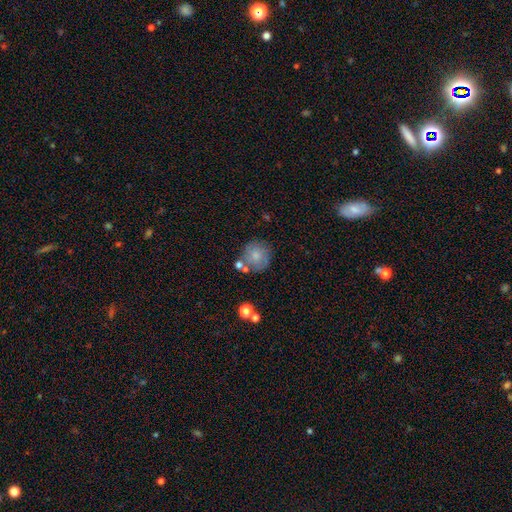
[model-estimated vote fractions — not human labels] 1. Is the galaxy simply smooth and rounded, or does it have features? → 71% smooth, 20% featured or disk, 9% star or artifact.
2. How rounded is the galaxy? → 89% round, 10% in between, 1% cigar-shaped.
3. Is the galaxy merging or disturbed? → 65% none, 16% minor disturbance, 12% merger, 6% major disturbance.